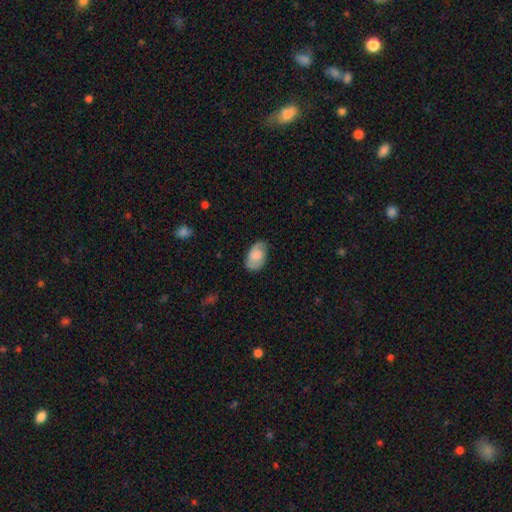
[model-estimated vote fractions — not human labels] Smooth or featured? smooth (73%)
How rounded? in between (92%)
Merging? none (73%)